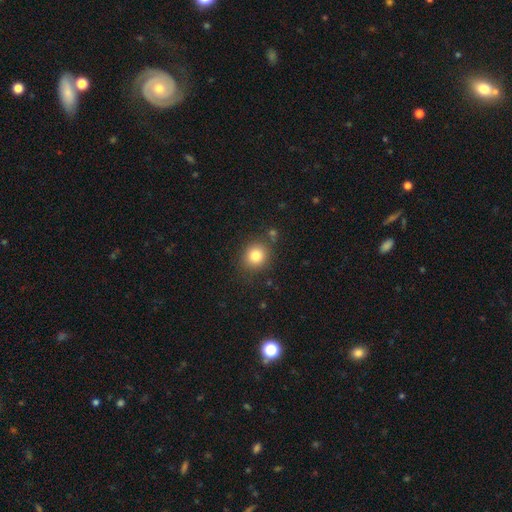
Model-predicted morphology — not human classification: The model was most divided on "how rounded": round: 80%, in between: 19%, cigar-shaped: 1%. More confident: smooth or featured — smooth (82%); merging — none (81%).